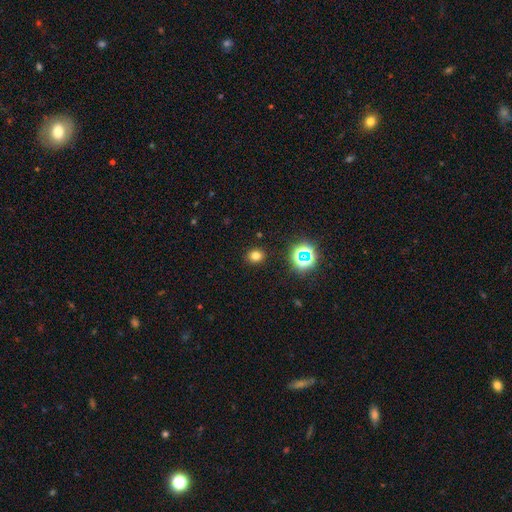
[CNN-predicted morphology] Overall: smooth (74%). How rounded: round (73%). Merging: none (90%).